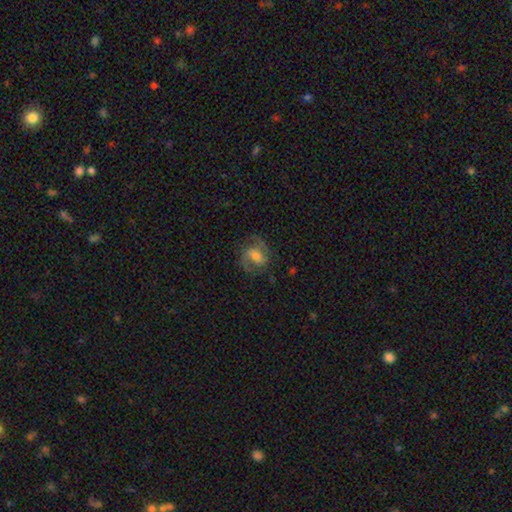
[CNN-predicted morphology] This is likely a featured or disk galaxy (76%). It is clearly not viewed edge-on (97%). Bar: possibly weak (47%). Spiral arm pattern: clearly yes (94%). Spiral arm count: clearly 2 (82%). Spiral winding: possibly medium (55%). Central bulge: possibly moderate (50%). Merging: likely none (69%).